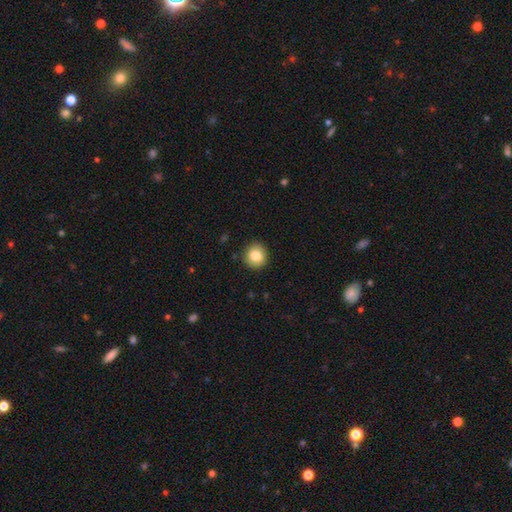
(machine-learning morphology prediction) Smooth or featured?
  - smooth: 83% *
  - star or artifact: 9%
  - featured or disk: 7%
How rounded?
  - round: 90% *
  - in between: 9%
  - cigar-shaped: 1%
Merging?
  - none: 91% *
  - minor disturbance: 6%
  - major disturbance: 2%
  - merger: 1%